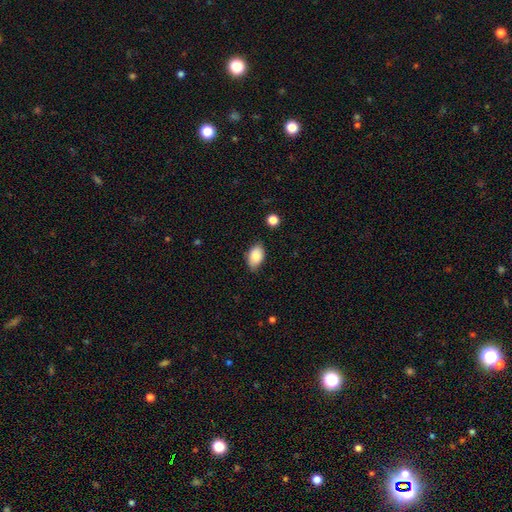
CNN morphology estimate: smooth 85%, featured or disk 7%, star or artifact 7%. Down the decision tree: how rounded — in between (90%); merging — none (77%).